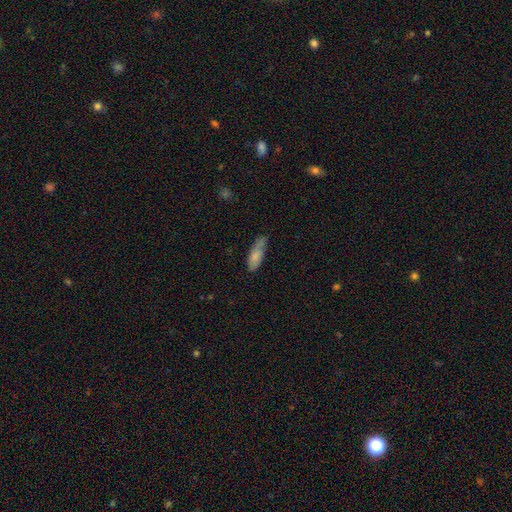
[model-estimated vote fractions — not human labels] smooth 78%, featured or disk 16%, star or artifact 6%. Down the decision tree: how rounded — in between (57%); merging — none (55%).